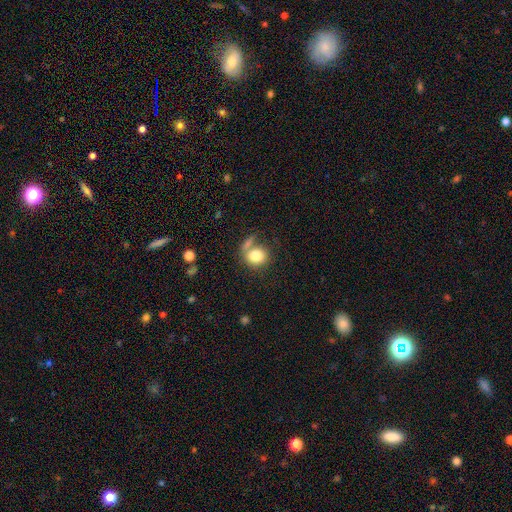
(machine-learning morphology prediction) The model was most divided on "merging": none: 50%, merger: 23%, minor disturbance: 15%, major disturbance: 12%. More confident: smooth or featured — smooth (80%); how rounded — round (76%).